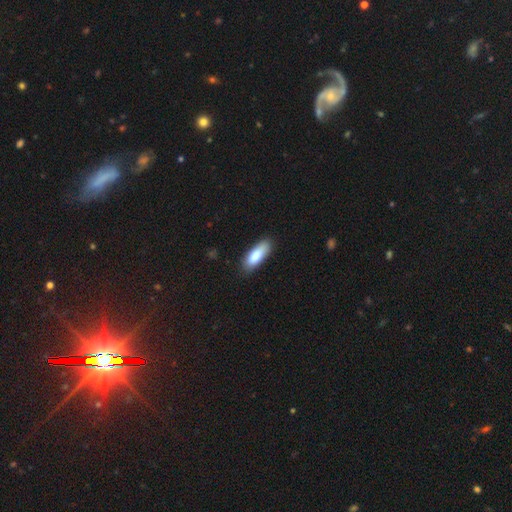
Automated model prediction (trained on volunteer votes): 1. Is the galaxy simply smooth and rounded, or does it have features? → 83% smooth, 11% featured or disk, 6% star or artifact.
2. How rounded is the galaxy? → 65% in between, 33% cigar-shaped, 2% round.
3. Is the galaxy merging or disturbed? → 80% none, 16% minor disturbance, 3% major disturbance, 1% merger.